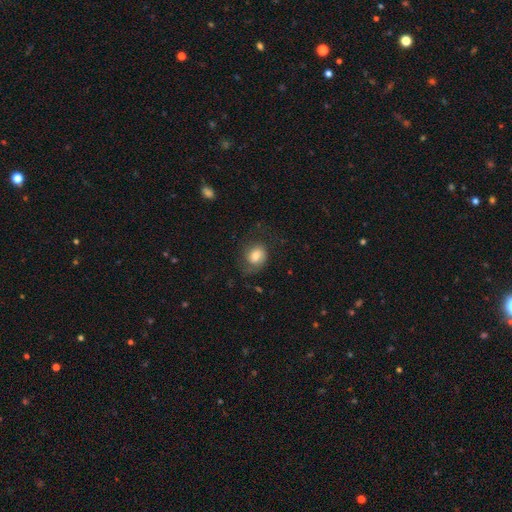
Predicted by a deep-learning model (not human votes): Smooth or featured? smooth (66%)
How rounded? round (53%)
Merging? none (58%)